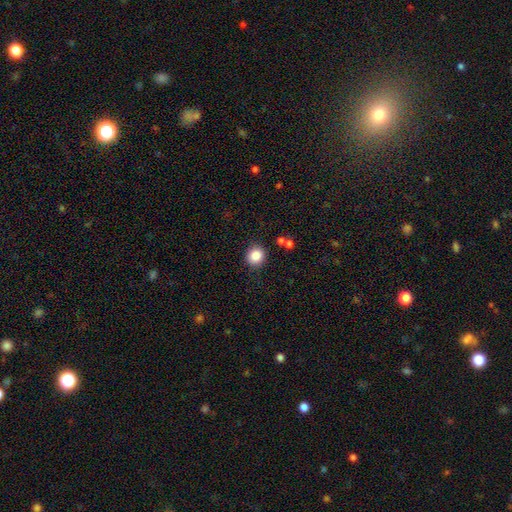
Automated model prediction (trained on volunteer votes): smooth-or-featured: smooth: 85% | star or artifact: 10% | featured or disk: 5%
  how-rounded: round: 86% | in between: 13% | cigar-shaped: 1%
  merging: none: 86% | minor disturbance: 8% | merger: 3% | major disturbance: 3%